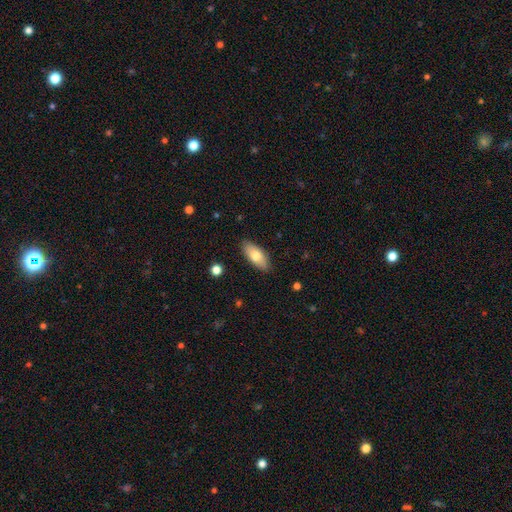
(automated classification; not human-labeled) Q: Smooth or featured?
A: smooth (74%); runner-up: featured or disk (20%)
Q: How rounded?
A: in between (85%); runner-up: cigar-shaped (13%)
Q: Merging?
A: none (87%); runner-up: minor disturbance (10%)